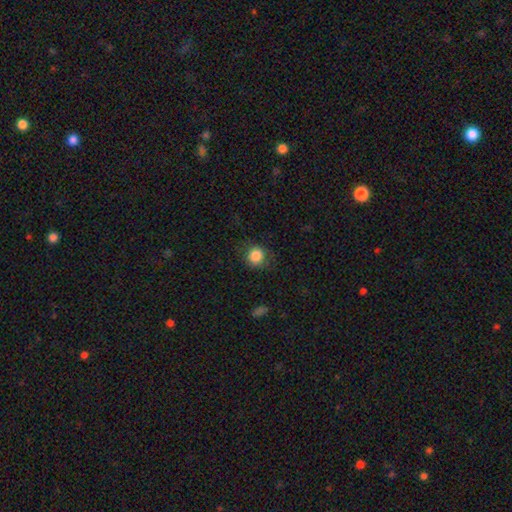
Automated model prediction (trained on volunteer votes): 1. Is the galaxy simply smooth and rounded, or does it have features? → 86% smooth, 10% star or artifact, 5% featured or disk.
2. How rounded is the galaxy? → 89% round, 10% in between, 1% cigar-shaped.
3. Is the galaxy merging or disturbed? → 82% none, 13% minor disturbance, 4% major disturbance, 1% merger.